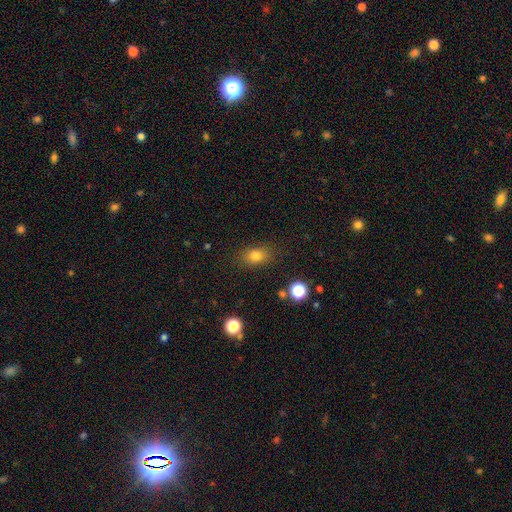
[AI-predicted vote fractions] A smooth galaxy with no disk features (80%) that is in between round and cigar-shaped (75%).

Vote fractions:
- Smooth or featured? smooth: 80% / star or artifact: 13% / featured or disk: 8%
- How rounded? in between: 75% / round: 23% / cigar-shaped: 3%
- Merging? none: 83% / minor disturbance: 11% / major disturbance: 4% / merger: 2%